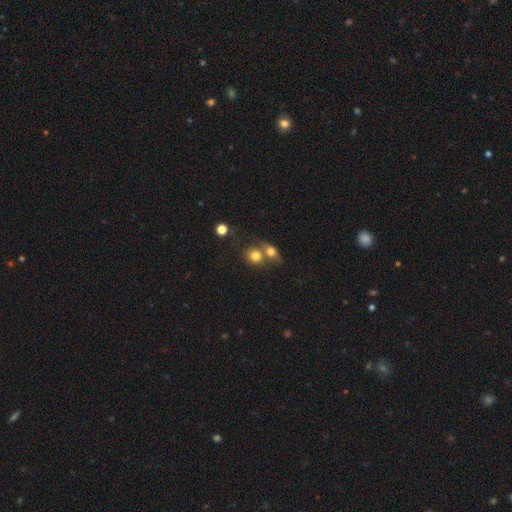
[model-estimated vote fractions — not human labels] smooth_or_featured: smooth (p=0.78) [alt: star or artifact p=0.11]
how_rounded: round (p=0.75) [alt: in between p=0.24]
merging: merger (p=0.53) [alt: none p=0.36]